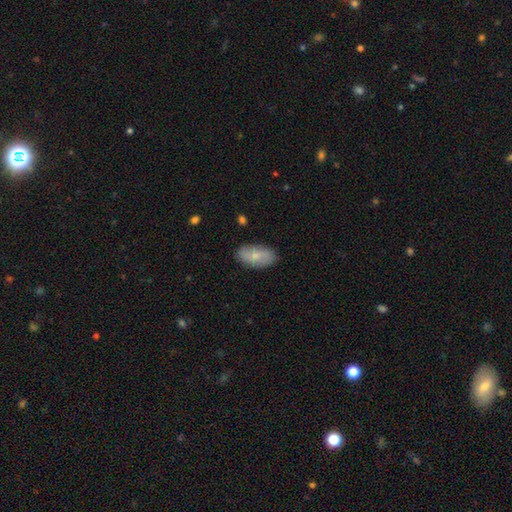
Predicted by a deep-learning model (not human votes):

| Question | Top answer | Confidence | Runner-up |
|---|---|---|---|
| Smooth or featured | smooth | 66% | featured or disk (28%) |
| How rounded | in between | 92% | cigar-shaped (4%) |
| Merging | none | 85% | minor disturbance (11%) |